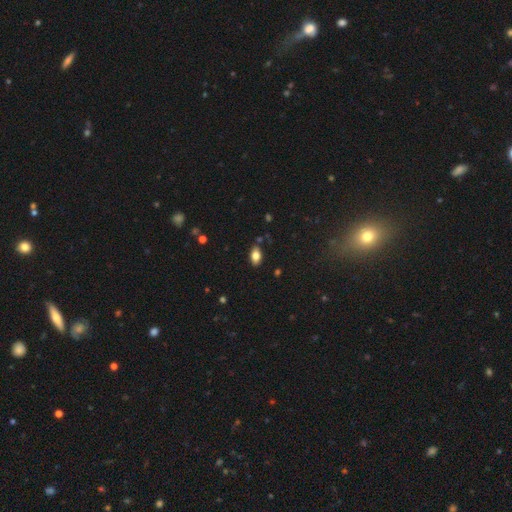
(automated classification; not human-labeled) Overall: smooth (81%). How rounded: in between (91%). Merging: none (84%).